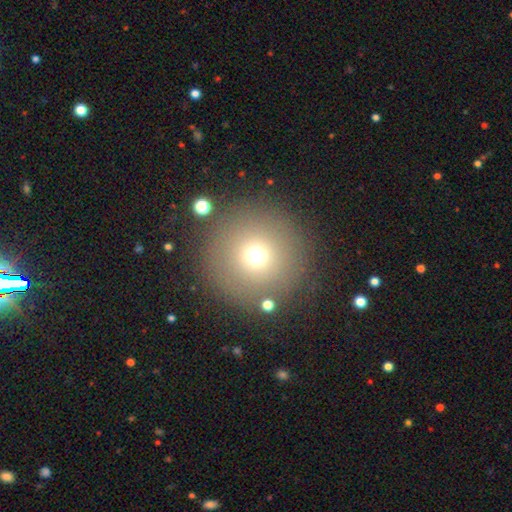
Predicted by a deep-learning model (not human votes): A smooth galaxy with no disk features (70%) that is round (96%). Merging: none (85%).